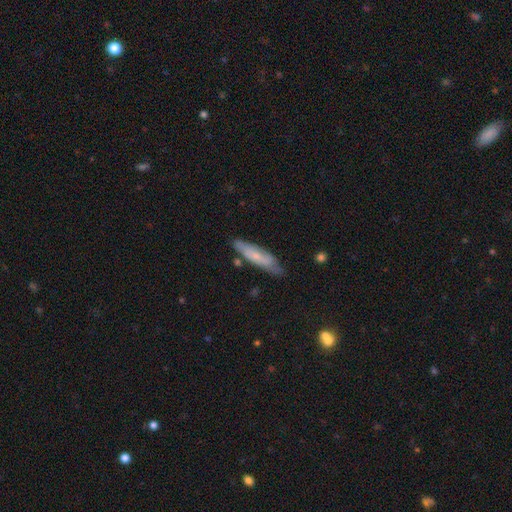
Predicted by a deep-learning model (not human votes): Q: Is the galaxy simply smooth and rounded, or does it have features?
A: smooth — 55%.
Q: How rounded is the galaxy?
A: cigar-shaped — 76%.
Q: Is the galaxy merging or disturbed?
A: none — 72%.